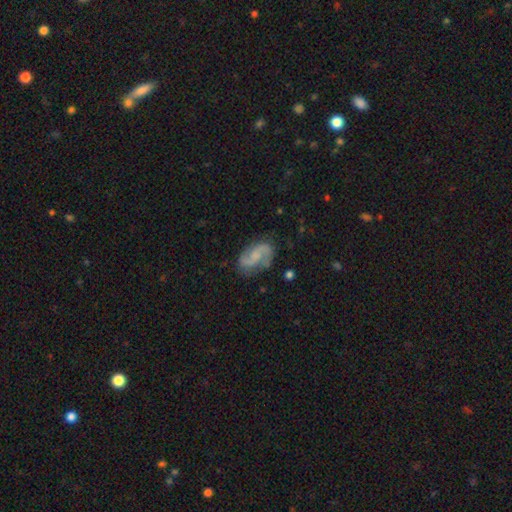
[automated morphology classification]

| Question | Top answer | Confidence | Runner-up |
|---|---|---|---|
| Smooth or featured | featured or disk | 82% | smooth (12%) |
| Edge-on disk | no | 98% | yes (2%) |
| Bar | no | 48% | weak (42%) |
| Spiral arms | yes | 96% | no (4%) |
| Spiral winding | medium | 46% | loose (40%) |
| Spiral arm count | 2 | 92% | can't tell (3%) |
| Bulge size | none | 43% | small (33%) |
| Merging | none | 76% | minor disturbance (16%) |